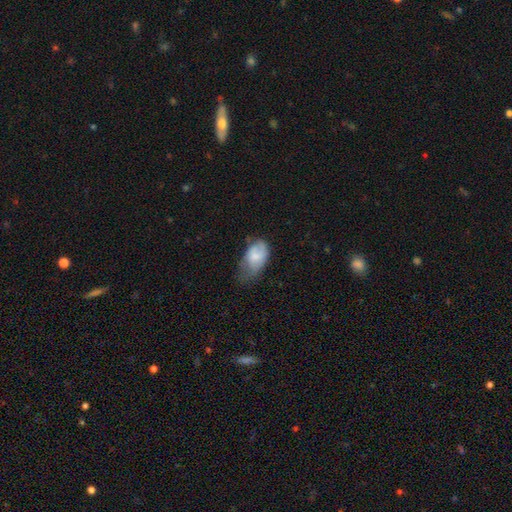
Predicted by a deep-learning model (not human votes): This is likely a smooth galaxy (74%). How rounded: clearly in between (92%). Merging: possibly minor disturbance (45%).